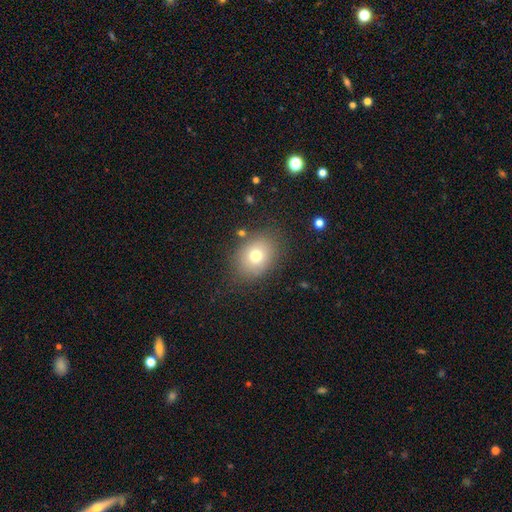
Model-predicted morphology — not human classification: A smooth galaxy with no disk features (74%) that is in between round and cigar-shaped (56%). Merging: none (80%).